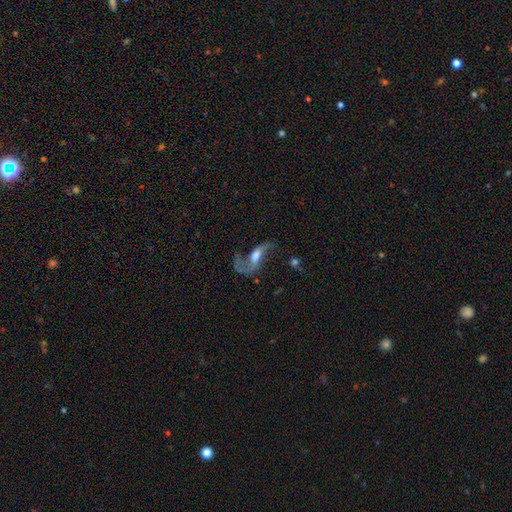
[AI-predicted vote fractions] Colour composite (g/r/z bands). It shows a featured or disk galaxy (76%) with a weak bar (43%), 2 (86%) loose (86%) spiral arms (89%) and a moderate central bulge (41%). Merging: none (43%).